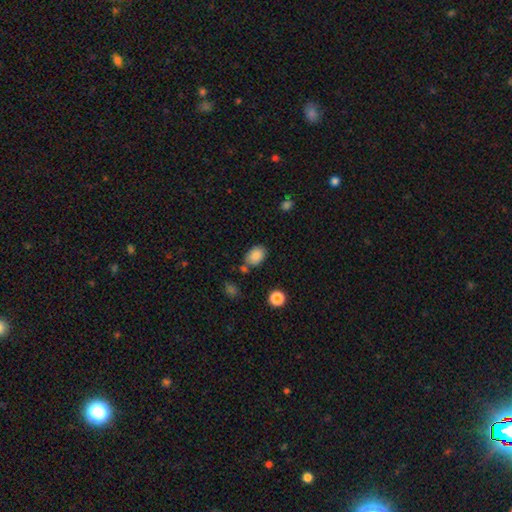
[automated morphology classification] Overall: smooth (85%). How rounded: in between (80%). Merging: none (70%).